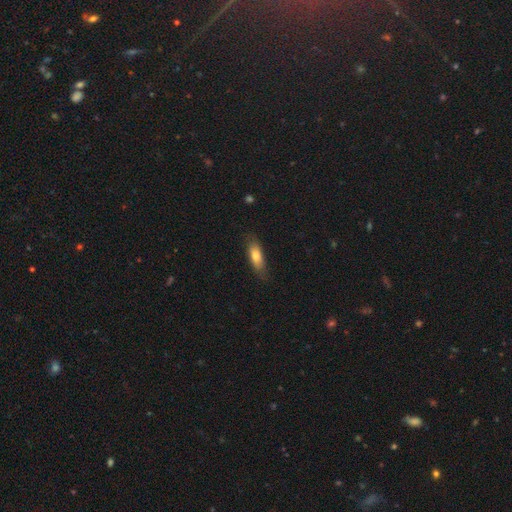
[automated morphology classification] This appears to be a smooth galaxy with no disk features (75%) that is in between round and cigar-shaped (60%). Merging: none (77%).